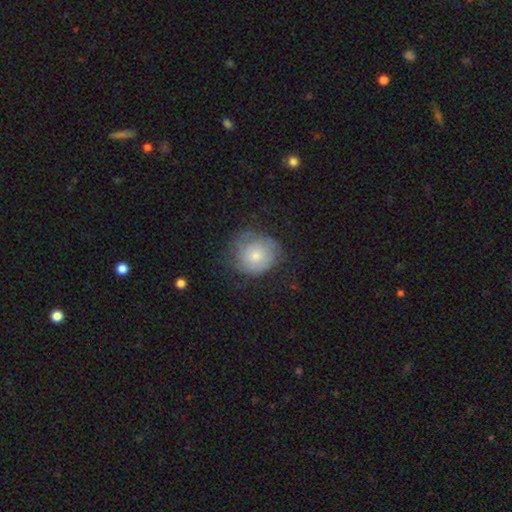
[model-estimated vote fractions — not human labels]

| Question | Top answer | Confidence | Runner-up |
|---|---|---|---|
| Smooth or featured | smooth | 57% | featured or disk (36%) |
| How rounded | round | 82% | in between (17%) |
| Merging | none | 53% | minor disturbance (28%) |